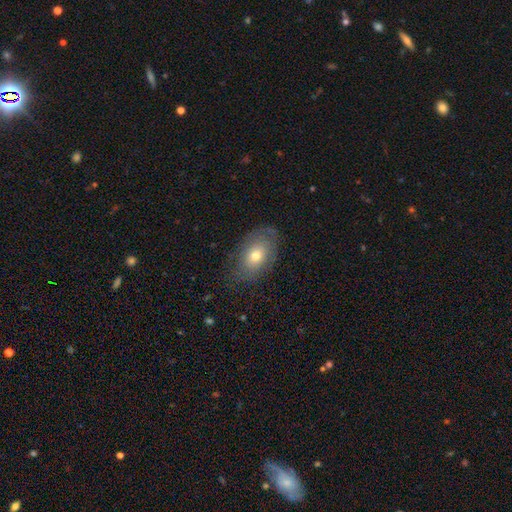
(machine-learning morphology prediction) Smooth or featured? smooth (62%)
How rounded? in between (87%)
Merging? none (74%)